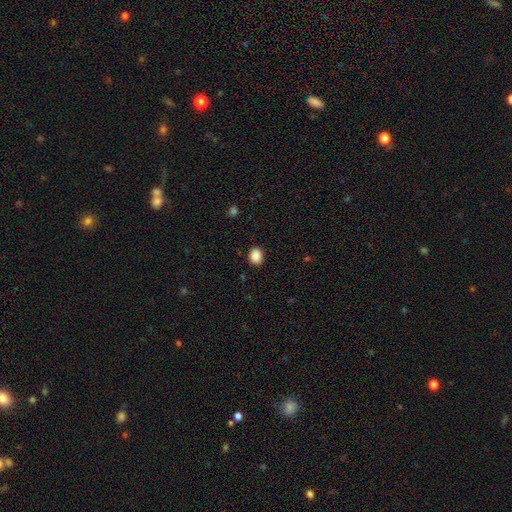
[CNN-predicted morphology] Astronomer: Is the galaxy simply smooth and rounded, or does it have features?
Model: smooth — 89%.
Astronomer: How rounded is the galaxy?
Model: in between — 53% (runner-up: round, 46%).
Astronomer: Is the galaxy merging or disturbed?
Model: none — 88%.